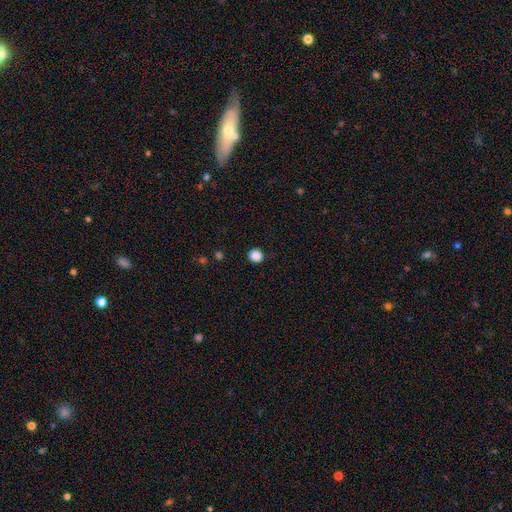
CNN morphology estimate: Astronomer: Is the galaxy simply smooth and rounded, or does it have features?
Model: smooth — 87%.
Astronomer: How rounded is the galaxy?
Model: round — 76%.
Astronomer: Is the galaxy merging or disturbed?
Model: none — 89%.